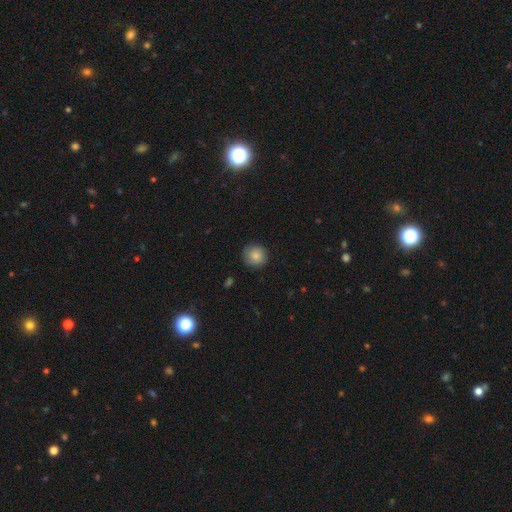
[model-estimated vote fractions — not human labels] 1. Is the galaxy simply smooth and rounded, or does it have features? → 85% smooth, 8% star or artifact, 7% featured or disk.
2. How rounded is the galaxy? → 92% round, 7% in between, 1% cigar-shaped.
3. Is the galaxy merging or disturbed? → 87% none, 10% minor disturbance, 2% major disturbance, 1% merger.